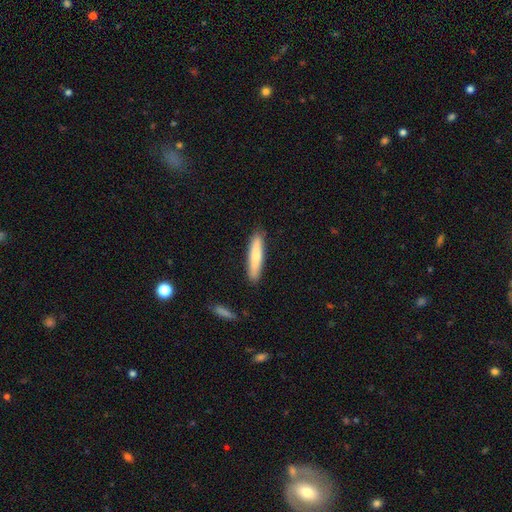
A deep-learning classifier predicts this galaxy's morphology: Overall: smooth (71%). How rounded: cigar-shaped (87%). Merging: none (88%).